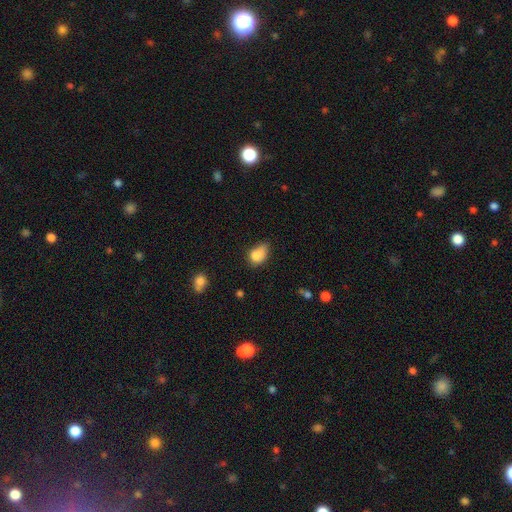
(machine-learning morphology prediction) A smooth galaxy with no disk features (81%) that is in between round and cigar-shaped (75%).

Vote fractions:
- Smooth or featured? smooth: 81% / star or artifact: 10% / featured or disk: 9%
- How rounded? in between: 75% / round: 23% / cigar-shaped: 2%
- Merging? minor disturbance: 44% / none: 32% / major disturbance: 16% / merger: 8%